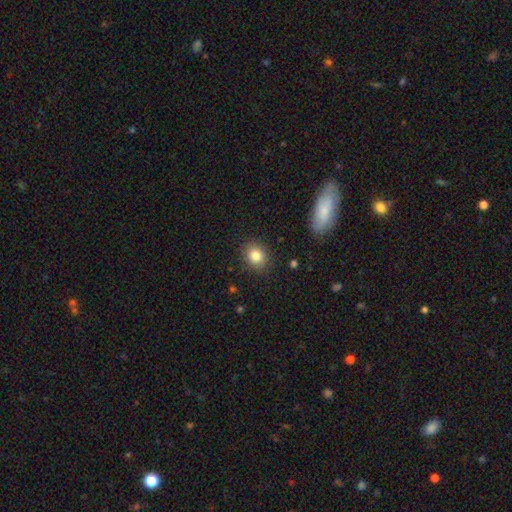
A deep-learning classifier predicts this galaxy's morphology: Smooth or featured? smooth (83%)
How rounded? round (57%)
Merging? none (87%)